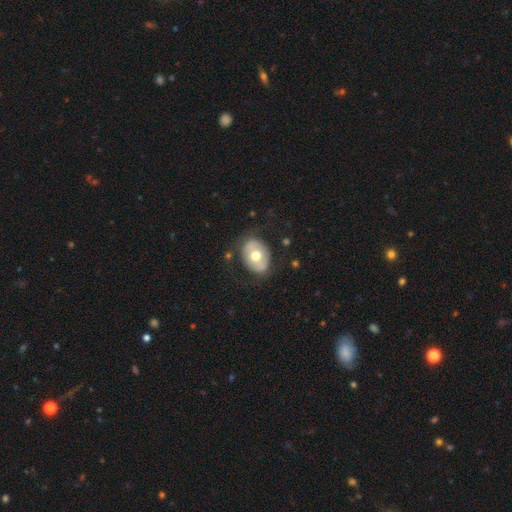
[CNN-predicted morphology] Smooth or featured?
  - smooth: 53% *
  - featured or disk: 41%
  - star or artifact: 6%
How rounded?
  - in between: 68% *
  - round: 31%
  - cigar-shaped: 1%
Merging?
  - none: 74% *
  - minor disturbance: 17%
  - major disturbance: 7%
  - merger: 2%